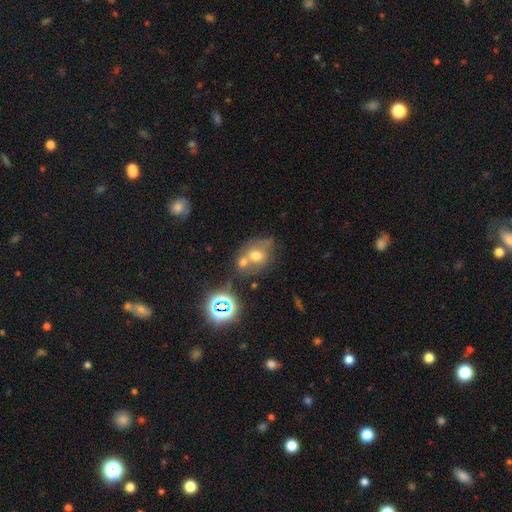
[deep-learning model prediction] Overall: smooth (56%; featured or disk 24%). How rounded: round (55%; in between 43%). Merging: merger (50%; none 30%).